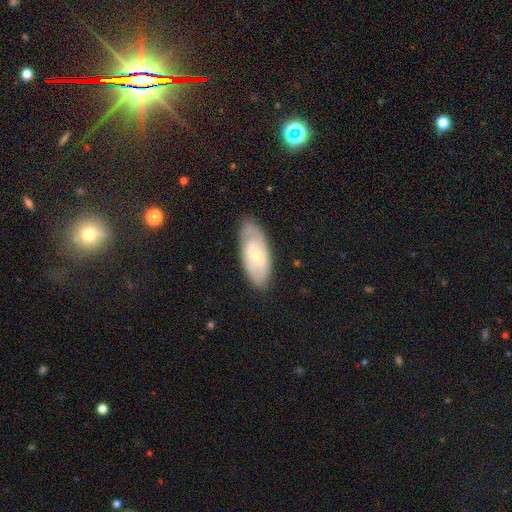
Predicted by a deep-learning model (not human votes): Smooth or featured? Predicted: featured or disk (p=0.50). Merging? Predicted: none (p=0.80).